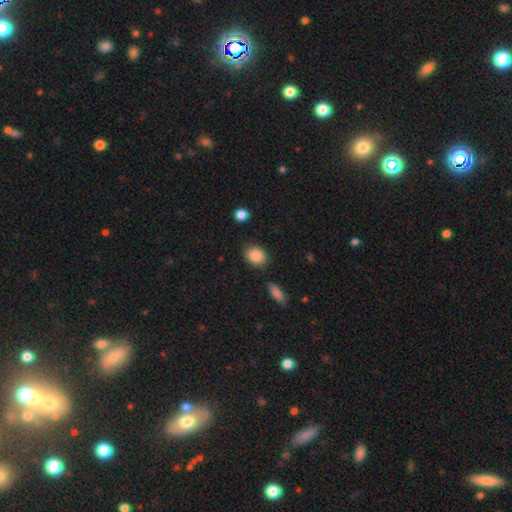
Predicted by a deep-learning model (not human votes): Smooth or featured? smooth (88%)
How rounded? in between (64%)
Merging? none (81%)